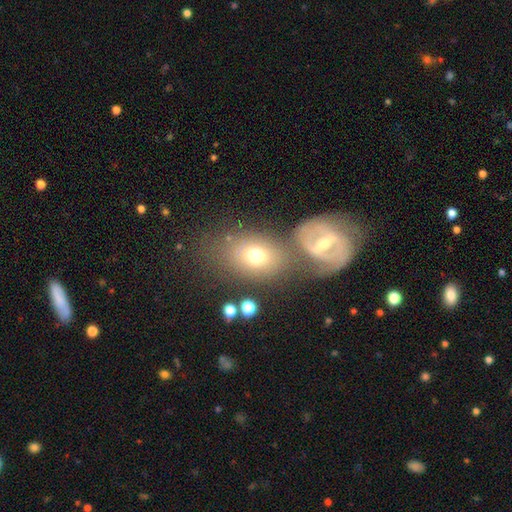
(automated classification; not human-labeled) smooth_or_featured: smooth (p=0.64) [alt: featured or disk p=0.26]
how_rounded: in between (p=0.65) [alt: round p=0.33]
merging: none (p=0.45) [alt: merger p=0.31]